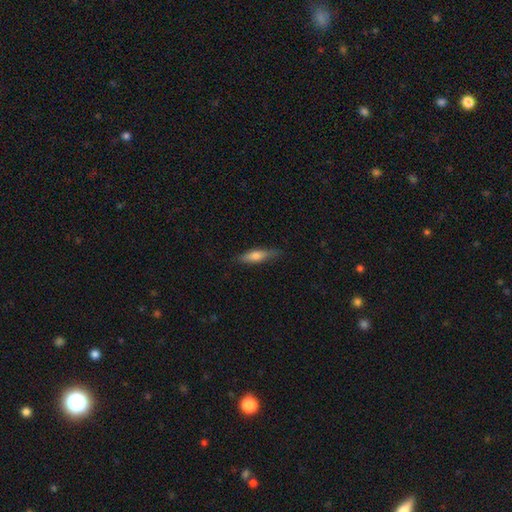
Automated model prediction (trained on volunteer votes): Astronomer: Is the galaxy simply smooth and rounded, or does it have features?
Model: smooth — 63%.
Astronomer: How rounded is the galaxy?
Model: cigar-shaped — 66%.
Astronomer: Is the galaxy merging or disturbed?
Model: none — 81%.